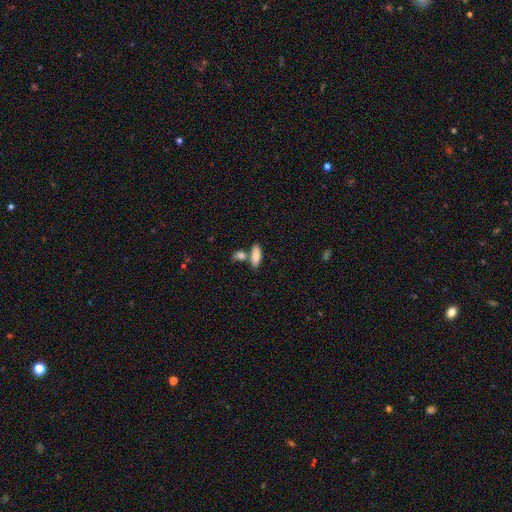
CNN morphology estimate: Smooth or featured? smooth (84%)
How rounded? in between (73%)
Merging? none (54%)